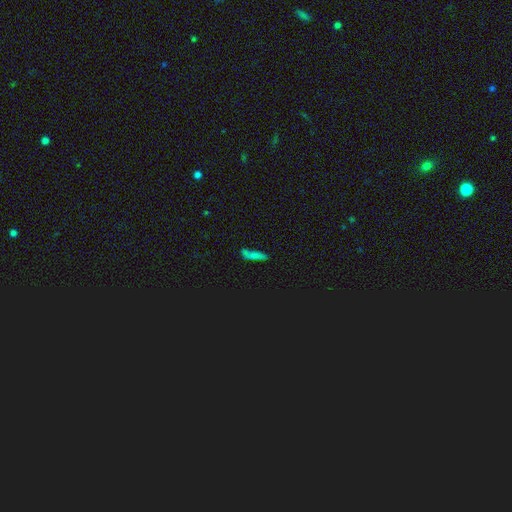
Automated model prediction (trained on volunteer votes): Smooth or featured? Predicted: smooth (p=0.60). How rounded? Predicted: cigar-shaped (p=0.70). Merging? Predicted: none (p=0.60).